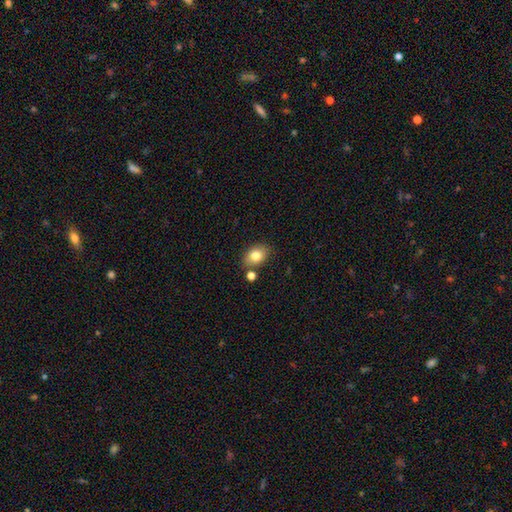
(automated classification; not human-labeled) Smooth or featured? Predicted: smooth (p=0.82). How rounded? Predicted: in between (p=0.74). Merging? Predicted: none (p=0.74).